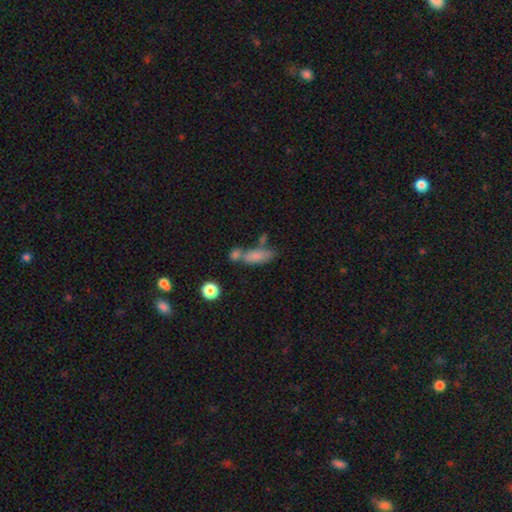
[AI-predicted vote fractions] Overall: smooth (77%). How rounded: in between (73%). Merging: none (40%; merger 38%).